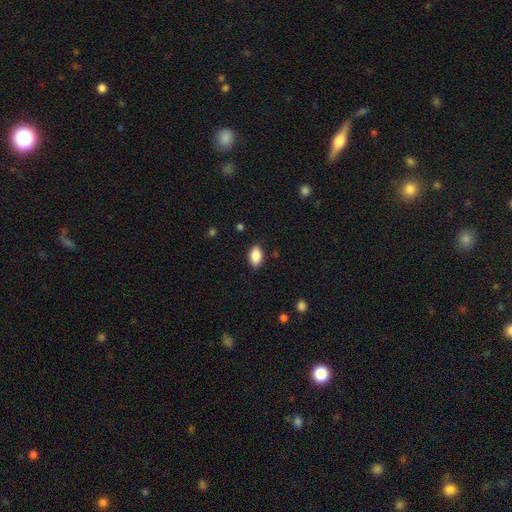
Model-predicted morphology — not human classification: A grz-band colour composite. It shows a smooth galaxy with no disk features (87%) that is in between round and cigar-shaped (91%). Merging: none (86%).